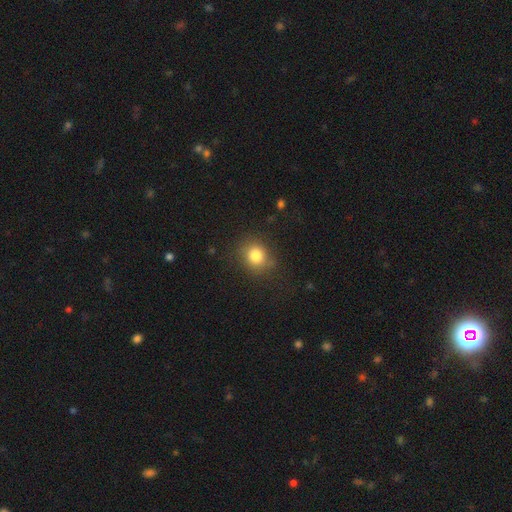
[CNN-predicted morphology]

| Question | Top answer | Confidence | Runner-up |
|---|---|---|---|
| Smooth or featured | smooth | 81% | star or artifact (12%) |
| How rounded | round | 76% | in between (23%) |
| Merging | none | 80% | minor disturbance (14%) |